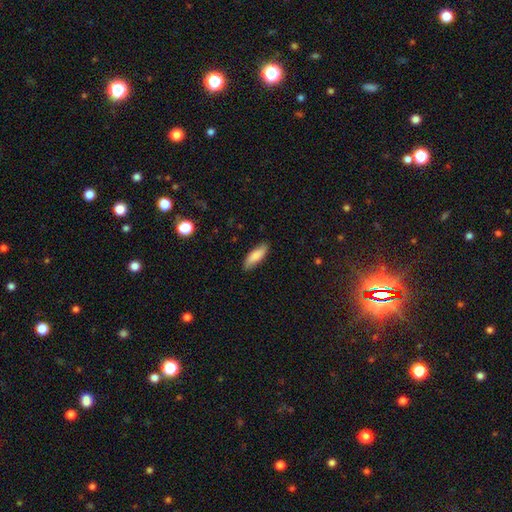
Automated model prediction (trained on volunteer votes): Smooth or featured: smooth — 82% (featured or disk — 12%)
How rounded: in between — 59% (cigar-shaped — 39%)
Merging: none — 83% (minor disturbance — 13%)